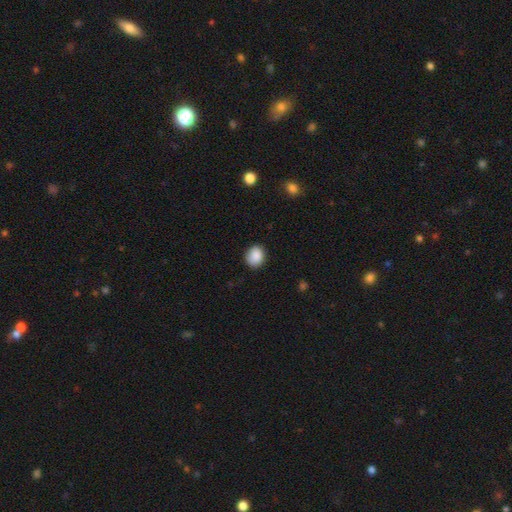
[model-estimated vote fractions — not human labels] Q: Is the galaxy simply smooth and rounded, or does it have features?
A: smooth — 89%.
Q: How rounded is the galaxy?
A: round — 58%.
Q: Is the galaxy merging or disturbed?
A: none — 85%.